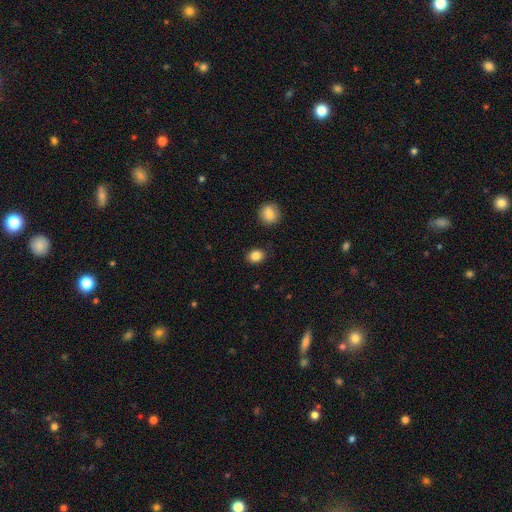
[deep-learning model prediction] smooth-or-featured: smooth: 86% | star or artifact: 10% | featured or disk: 5%
  how-rounded: in between: 53% | round: 46% | cigar-shaped: 1%
  merging: none: 85% | minor disturbance: 10% | major disturbance: 3% | merger: 2%